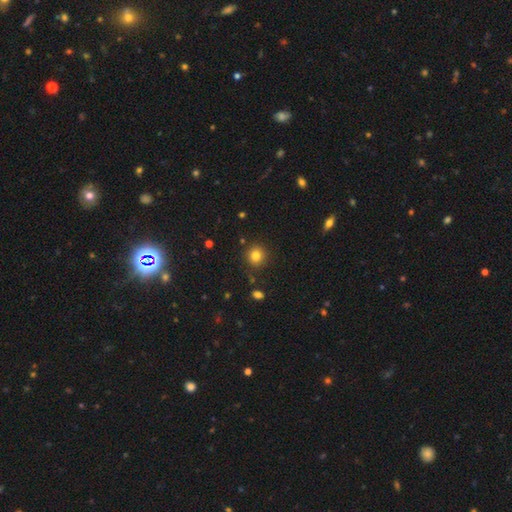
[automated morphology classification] smooth_or_featured: smooth (p=0.81) [alt: star or artifact p=0.13]
how_rounded: round (p=0.91) [alt: in between p=0.08]
merging: none (p=0.87) [alt: minor disturbance p=0.08]